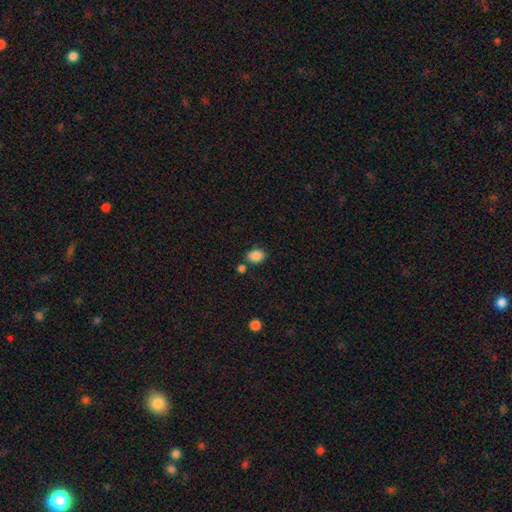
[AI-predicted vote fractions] Q: Smooth or featured?
A: smooth (87%); runner-up: star or artifact (9%)
Q: How rounded?
A: in between (67%); runner-up: round (32%)
Q: Merging?
A: none (73%); runner-up: minor disturbance (13%)